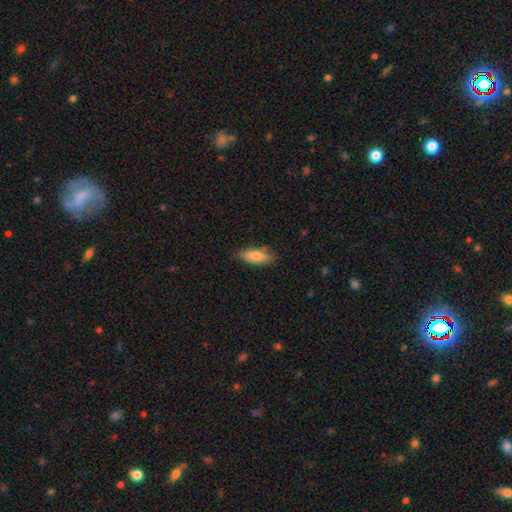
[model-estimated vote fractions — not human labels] Smooth or featured? smooth (83%)
How rounded? in between (73%)
Merging? none (81%)